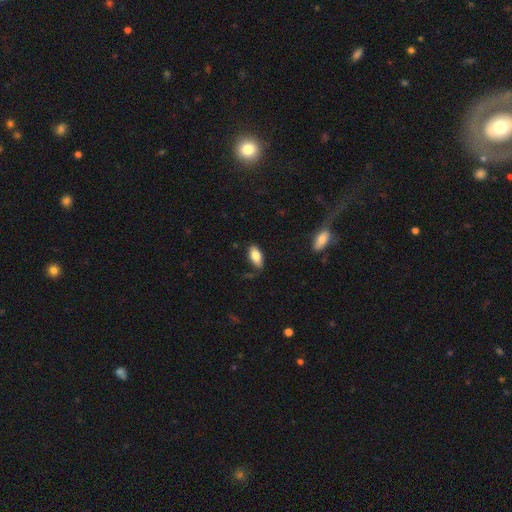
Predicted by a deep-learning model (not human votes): smooth_or_featured: smooth (p=0.81) [alt: featured or disk p=0.12]
how_rounded: in between (p=0.90) [alt: cigar-shaped p=0.08]
merging: none (p=0.74) [alt: minor disturbance p=0.20]